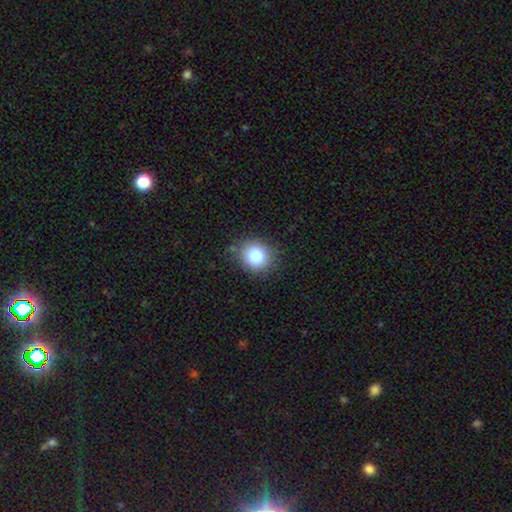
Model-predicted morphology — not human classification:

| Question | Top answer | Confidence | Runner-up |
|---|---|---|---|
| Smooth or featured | smooth | 83% | star or artifact (10%) |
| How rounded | round | 78% | in between (21%) |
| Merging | none | 84% | minor disturbance (12%) |